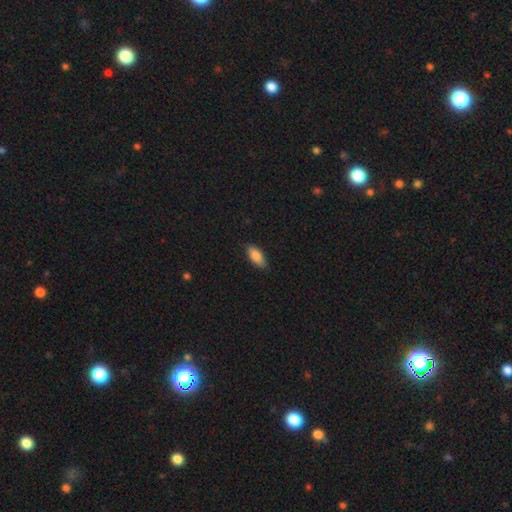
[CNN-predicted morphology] Smooth or featured? smooth (85%)
How rounded? in between (86%)
Merging? none (83%)